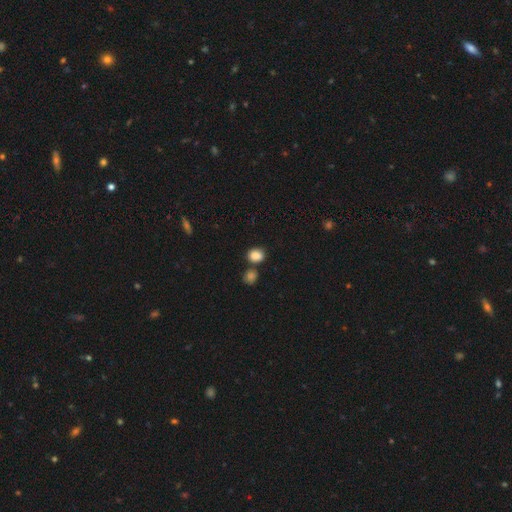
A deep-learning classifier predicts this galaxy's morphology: This is clearly a smooth galaxy (86%). How rounded: possibly round (58%). Merging: likely none (69%).